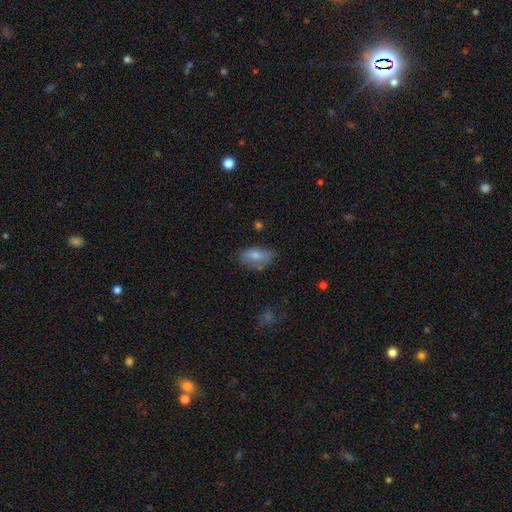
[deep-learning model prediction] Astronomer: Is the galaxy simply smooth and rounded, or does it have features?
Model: smooth — 71%.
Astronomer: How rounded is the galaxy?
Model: in between — 88%.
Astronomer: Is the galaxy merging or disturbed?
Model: none — 59%.